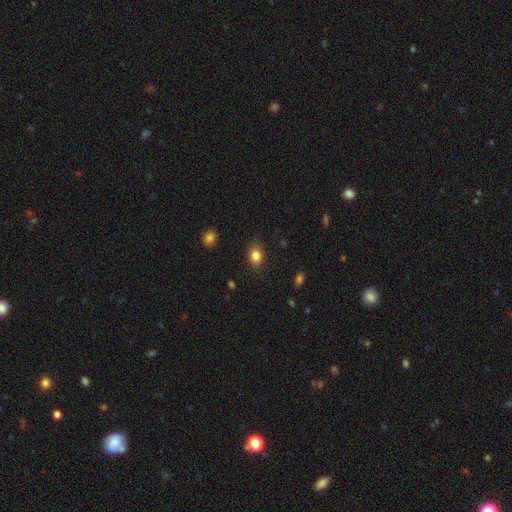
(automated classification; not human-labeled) smooth_or_featured: smooth (p=0.85) [alt: star or artifact p=0.10]
how_rounded: in between (p=0.73) [alt: round p=0.26]
merging: none (p=0.82) [alt: minor disturbance p=0.13]